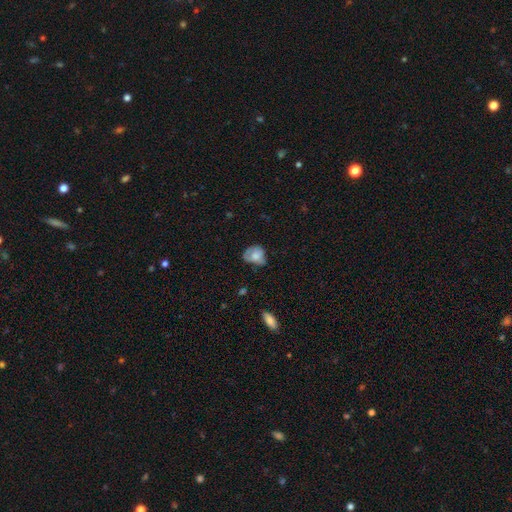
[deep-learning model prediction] Smooth or featured: smooth — 65% (featured or disk — 27%)
How rounded: round — 51% (in between — 48%)
Merging: none — 39% (minor disturbance — 38%)